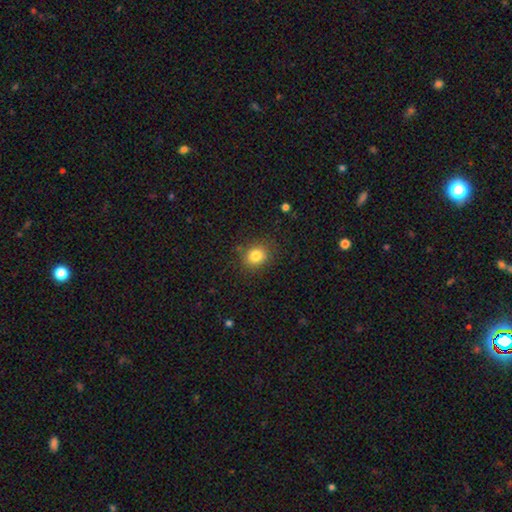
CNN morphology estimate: Smooth or featured: smooth — 81% (star or artifact — 11%)
How rounded: round — 67% (in between — 32%)
Merging: none — 82% (minor disturbance — 12%)